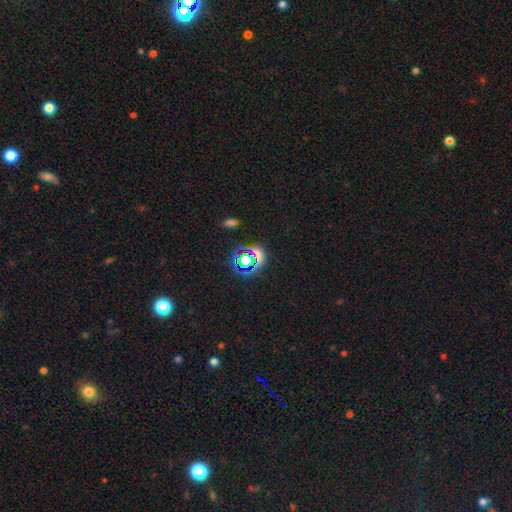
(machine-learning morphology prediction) The model was most divided on "smooth or featured": star or artifact: 66%, smooth: 23%, featured or disk: 10%.